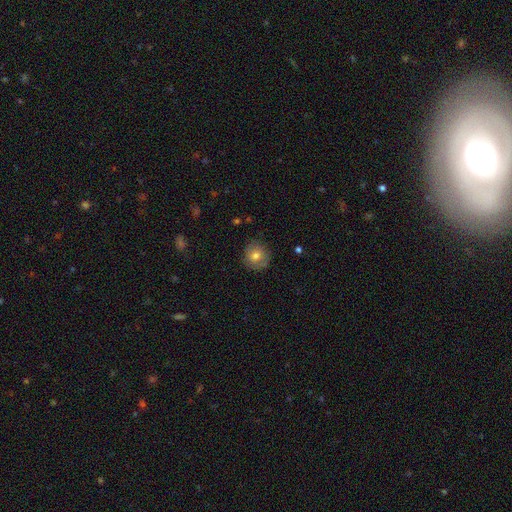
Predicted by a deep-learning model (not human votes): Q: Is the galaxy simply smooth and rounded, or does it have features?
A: smooth — 73%.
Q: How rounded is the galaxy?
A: round — 89%.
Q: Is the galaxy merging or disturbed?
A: none — 84%.